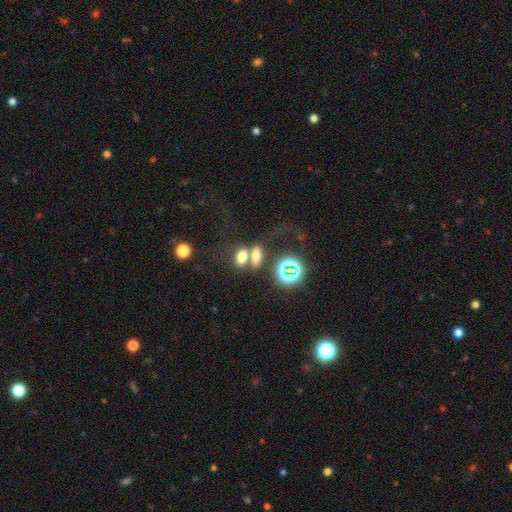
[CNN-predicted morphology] smooth_or_featured: smooth (p=0.68) [alt: star or artifact p=0.18]
how_rounded: in between (p=0.77) [alt: round p=0.16]
merging: merger (p=0.46) [alt: none p=0.36]